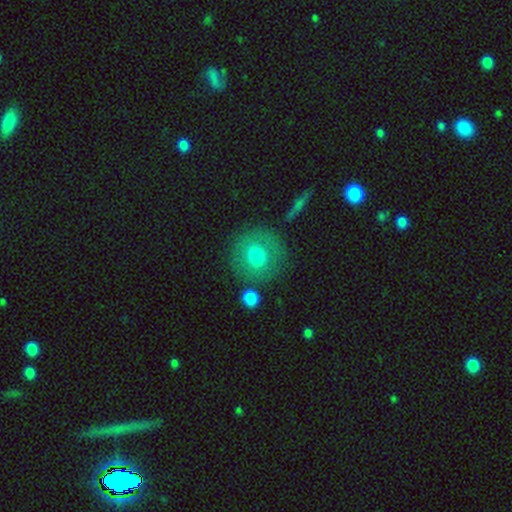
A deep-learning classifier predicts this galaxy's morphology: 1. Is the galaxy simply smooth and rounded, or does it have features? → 68% smooth, 23% featured or disk, 9% star or artifact.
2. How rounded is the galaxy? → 88% round, 11% in between, 1% cigar-shaped.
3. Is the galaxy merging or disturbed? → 78% none, 12% minor disturbance, 5% major disturbance, 5% merger.